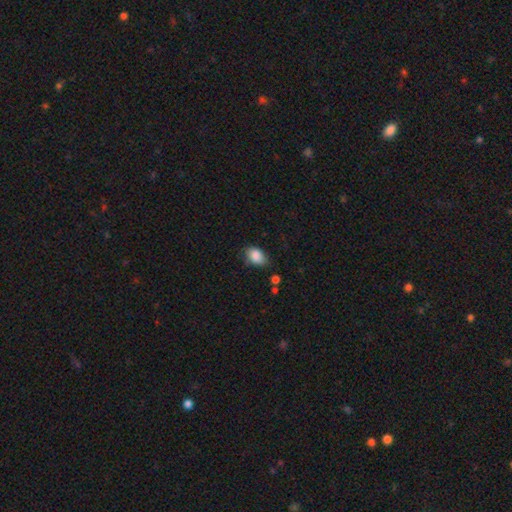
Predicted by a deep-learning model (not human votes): A smooth galaxy with no disk features (87%) that is in between round and cigar-shaped (82%). Merging: none (64%).